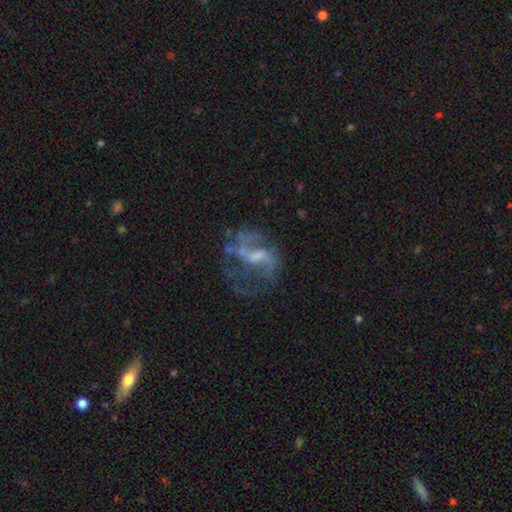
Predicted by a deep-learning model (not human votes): smooth_or_featured: featured or disk (p=0.76) [alt: smooth p=0.13]
disk_edge_on: no (p=0.97) [alt: yes p=0.03]
bar: weak (p=0.47) [alt: no p=0.36]
has_spiral_arms: yes (p=0.71) [alt: no p=0.29]
spiral_winding: loose (p=0.49) [alt: medium p=0.39]
spiral_arm_count: 2 (p=0.56) [alt: can't tell p=0.22]
bulge_size: small (p=0.38) [alt: moderate p=0.34]
merging: none (p=0.47) [alt: major disturbance p=0.31]